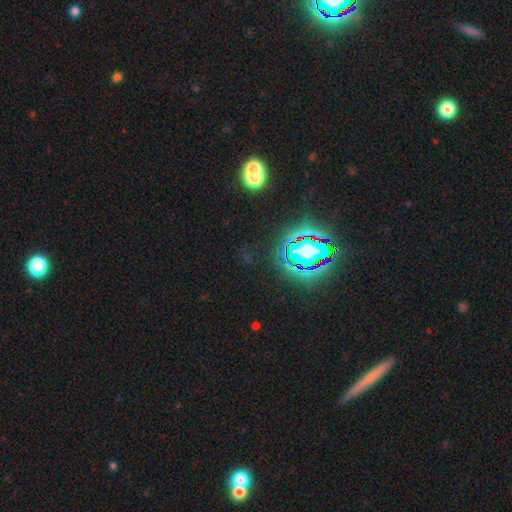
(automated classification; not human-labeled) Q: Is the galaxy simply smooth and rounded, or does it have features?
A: star or artifact — 80%.